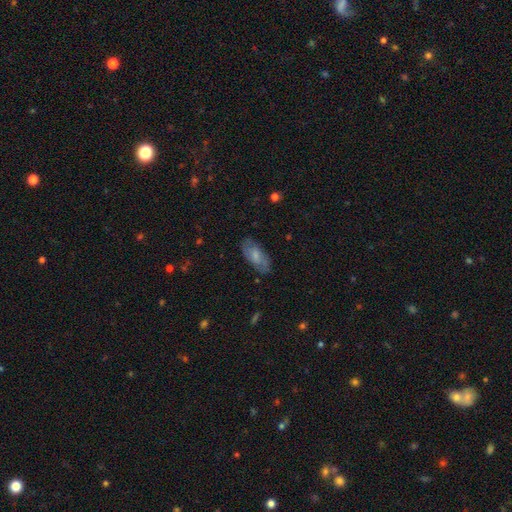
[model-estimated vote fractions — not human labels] Morphology: type=smooth (66%); roundness=in between (88%); merging=none (78%).